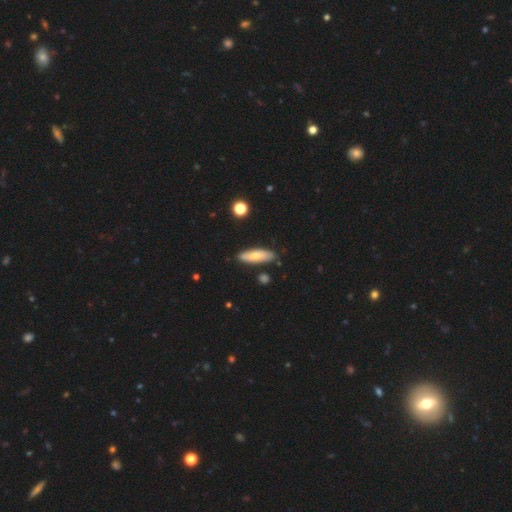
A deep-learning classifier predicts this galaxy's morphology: smooth 67%, featured or disk 27%, star or artifact 6%. Down the decision tree: how rounded — cigar-shaped (51%); merging — none (85%).